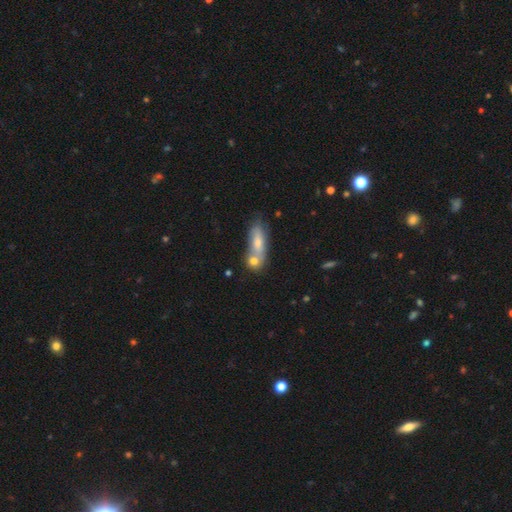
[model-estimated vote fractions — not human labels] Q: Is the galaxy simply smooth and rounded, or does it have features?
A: smooth — 63%.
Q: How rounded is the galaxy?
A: in between — 51%.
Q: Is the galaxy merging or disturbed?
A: merger — 43%.